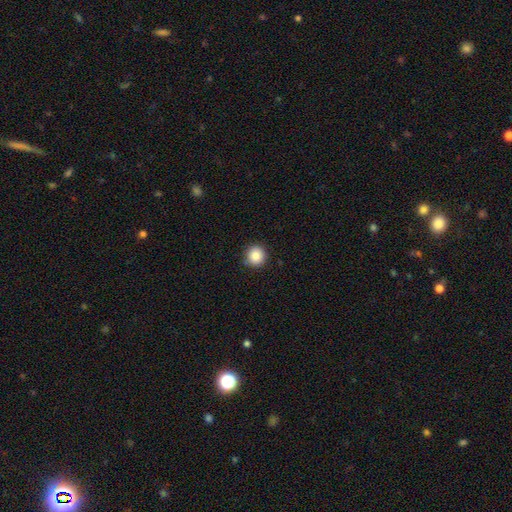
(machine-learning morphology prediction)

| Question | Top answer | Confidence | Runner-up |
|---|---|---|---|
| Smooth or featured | smooth | 87% | star or artifact (9%) |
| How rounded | round | 92% | in between (7%) |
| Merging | none | 89% | minor disturbance (8%) |